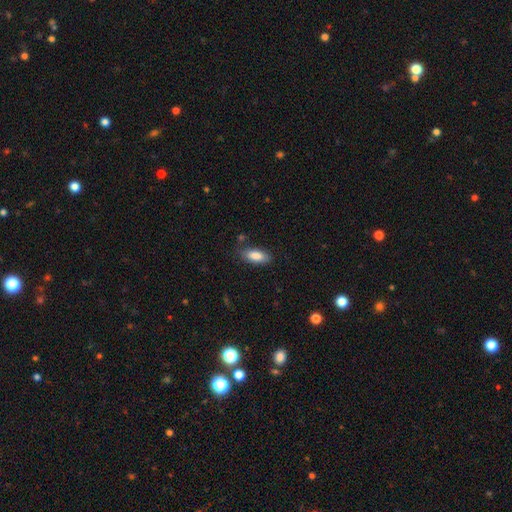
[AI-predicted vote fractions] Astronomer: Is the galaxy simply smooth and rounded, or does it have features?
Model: smooth — 85%.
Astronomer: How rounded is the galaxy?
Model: in between — 84%.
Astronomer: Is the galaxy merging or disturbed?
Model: none — 77%.